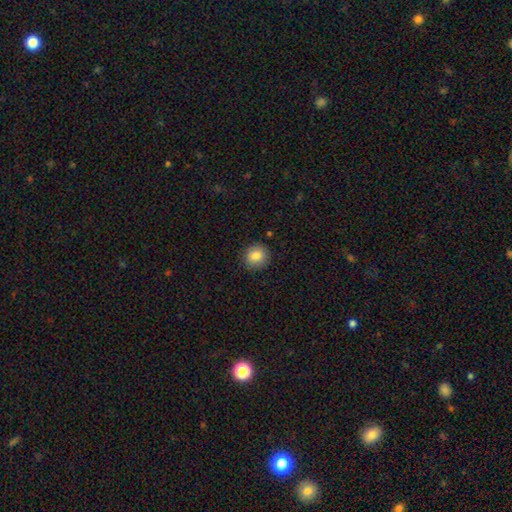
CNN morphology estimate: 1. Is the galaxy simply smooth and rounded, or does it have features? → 85% smooth, 9% star or artifact, 7% featured or disk.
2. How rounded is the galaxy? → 83% round, 16% in between, 1% cigar-shaped.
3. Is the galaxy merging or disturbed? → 89% none, 8% minor disturbance, 2% major disturbance, 1% merger.